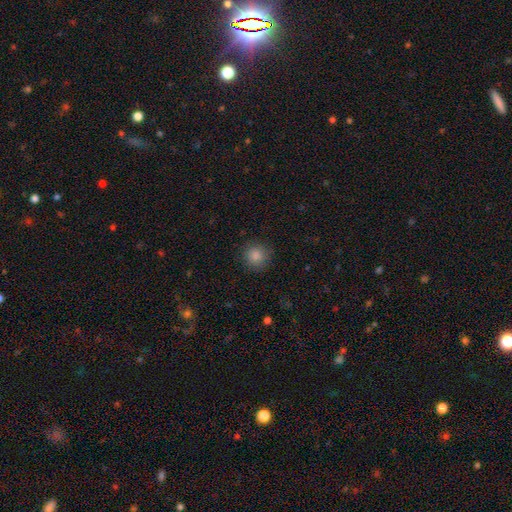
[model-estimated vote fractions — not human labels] smooth-or-featured: smooth: 86% | star or artifact: 10% | featured or disk: 4%
  how-rounded: round: 94% | in between: 5% | cigar-shaped: 1%
  merging: none: 87% | minor disturbance: 9% | major disturbance: 3% | merger: 1%